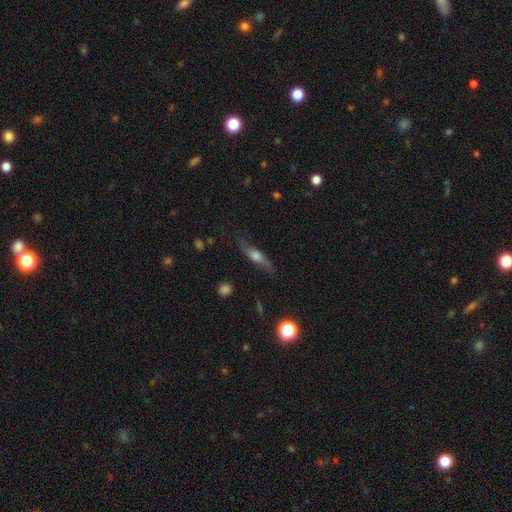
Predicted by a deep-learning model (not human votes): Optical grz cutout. It shows a featured or disk galaxy (54%) viewed edge-on (83%). Merging: none (80%).